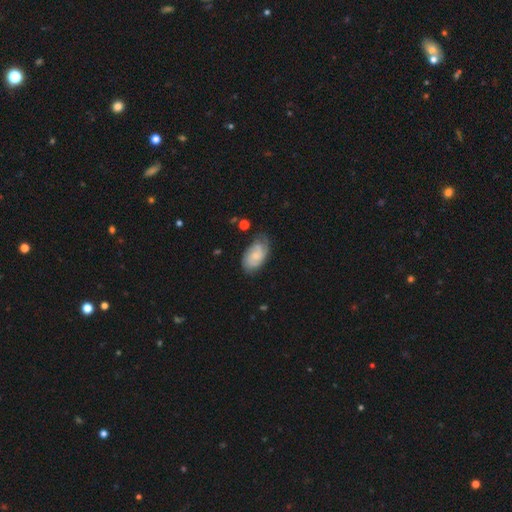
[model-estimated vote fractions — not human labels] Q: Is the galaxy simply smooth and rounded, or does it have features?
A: featured or disk — 61%.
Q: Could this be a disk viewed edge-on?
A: no — 96%.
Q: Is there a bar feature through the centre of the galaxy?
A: no — 65%.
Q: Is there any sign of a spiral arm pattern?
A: yes — 89%.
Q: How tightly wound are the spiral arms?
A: tight — 48%.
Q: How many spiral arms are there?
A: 2 — 50%.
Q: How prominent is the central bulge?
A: small — 63%.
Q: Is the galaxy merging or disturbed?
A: none — 63%.